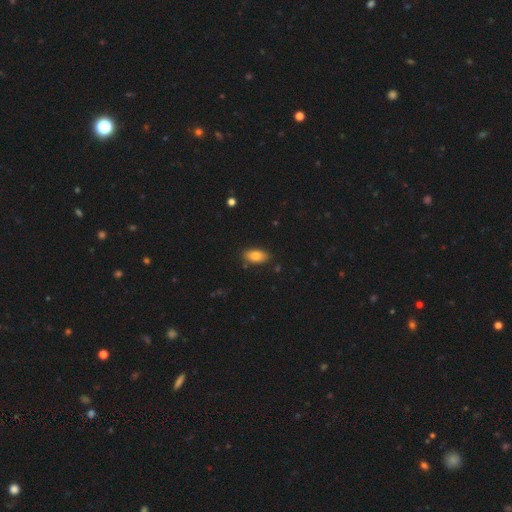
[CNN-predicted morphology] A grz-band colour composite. It shows a smooth galaxy with no disk features (82%) that is in between round and cigar-shaped (90%). Merging: none (84%).